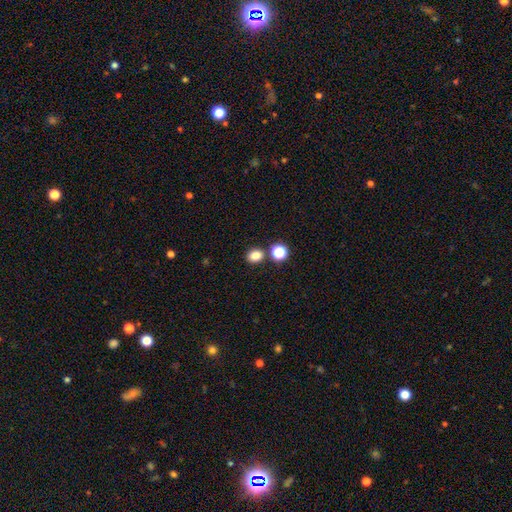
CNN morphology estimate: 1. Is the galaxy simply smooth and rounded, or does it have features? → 81% smooth, 13% star or artifact, 5% featured or disk.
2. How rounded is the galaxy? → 54% round, 45% in between, 1% cigar-shaped.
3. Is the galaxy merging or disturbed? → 79% none, 11% merger, 8% minor disturbance, 2% major disturbance.